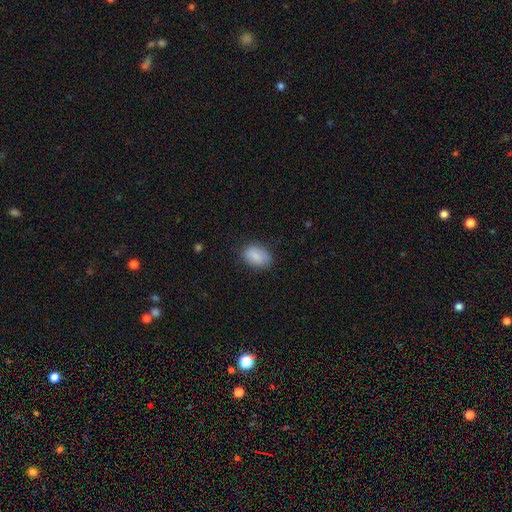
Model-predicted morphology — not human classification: This appears to be a smooth galaxy with no disk features (84%) that is in between round and cigar-shaped (82%). Merging: none (75%).